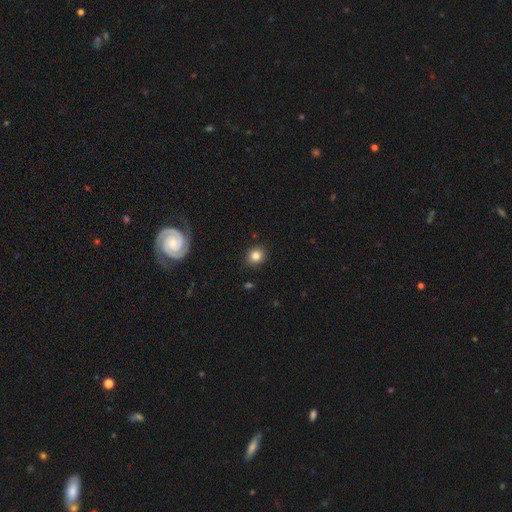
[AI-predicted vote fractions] Smooth or featured: smooth — 83% (star or artifact — 11%)
How rounded: round — 74% (in between — 25%)
Merging: none — 89% (minor disturbance — 7%)